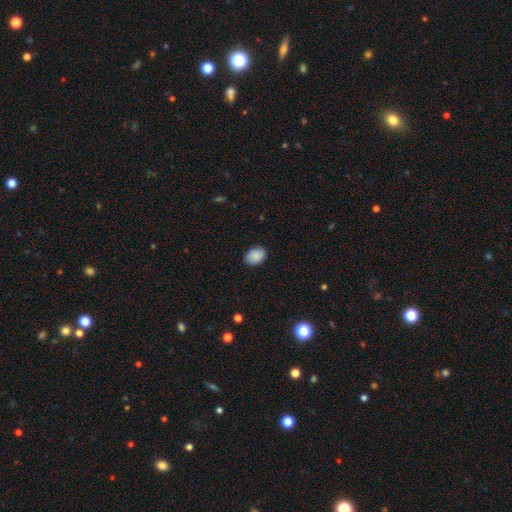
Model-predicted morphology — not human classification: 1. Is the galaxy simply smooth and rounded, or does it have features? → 88% smooth, 7% star or artifact, 4% featured or disk.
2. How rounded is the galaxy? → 79% in between, 20% round, 1% cigar-shaped.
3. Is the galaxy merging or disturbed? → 86% none, 11% minor disturbance, 2% major disturbance, 1% merger.